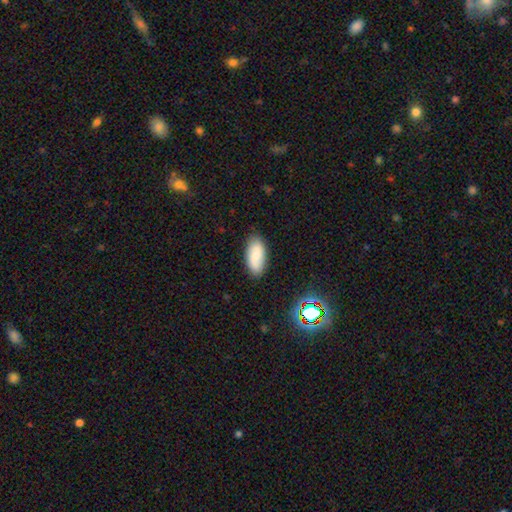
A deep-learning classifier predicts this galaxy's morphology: smooth_or_featured: smooth (p=0.73) [alt: featured or disk p=0.19]
how_rounded: in between (p=0.90) [alt: cigar-shaped p=0.07]
merging: none (p=0.83) [alt: minor disturbance p=0.13]